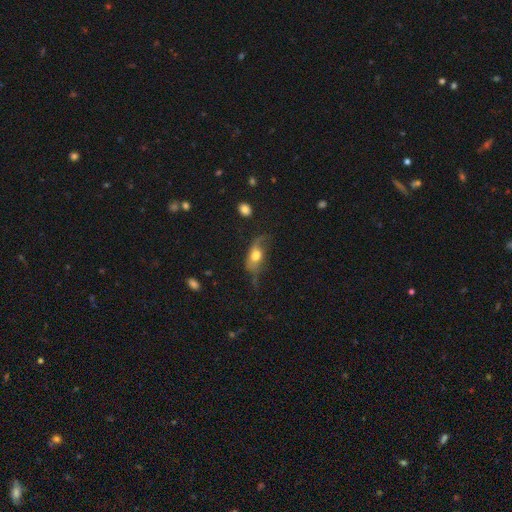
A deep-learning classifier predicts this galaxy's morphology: A smooth galaxy with no disk features (51%) that is in between round and cigar-shaped (78%).

Vote fractions:
- Smooth or featured? smooth: 51% / featured or disk: 40% / star or artifact: 9%
- How rounded? in between: 78% / round: 11% / cigar-shaped: 11%
- Merging? none: 36% / major disturbance: 32% / minor disturbance: 28% / merger: 4%